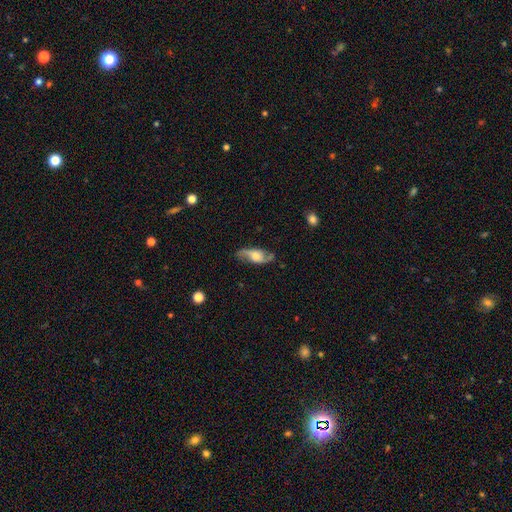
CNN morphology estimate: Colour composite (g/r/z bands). It shows a featured or disk galaxy (71%) with no bar (62%), 2 (89%) loose (59%) spiral arms (91%) and a moderate central bulge (50%). Merging: none (76%).